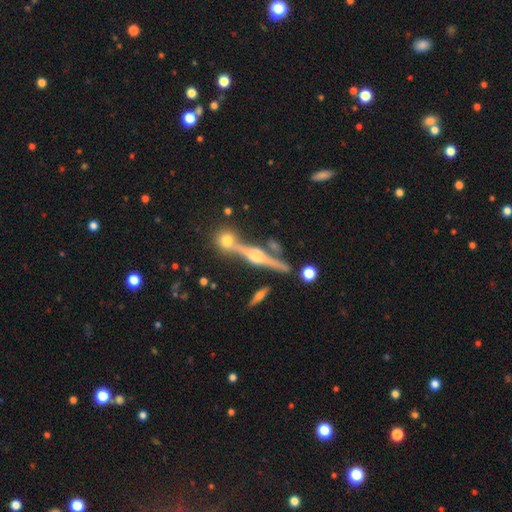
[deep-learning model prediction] Q: Smooth or featured?
A: featured or disk (83%); runner-up: smooth (9%)
Q: Edge-on disk?
A: yes (97%); runner-up: no (3%)
Q: Edge-on bulge?
A: rounded (92%); runner-up: boxy (5%)
Q: Merging?
A: none (75%); runner-up: merger (11%)